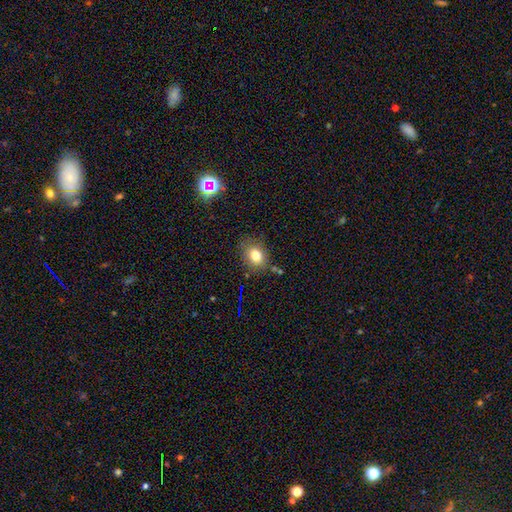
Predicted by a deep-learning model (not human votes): This is likely a smooth galaxy (78%). How rounded: possibly round (52%). Merging: likely none (77%).